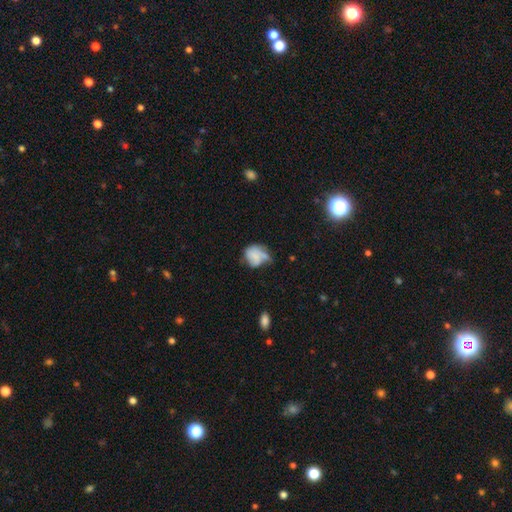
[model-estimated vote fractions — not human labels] Smooth or featured? smooth (60%)
How rounded? round (58%)
Merging? minor disturbance (33%)